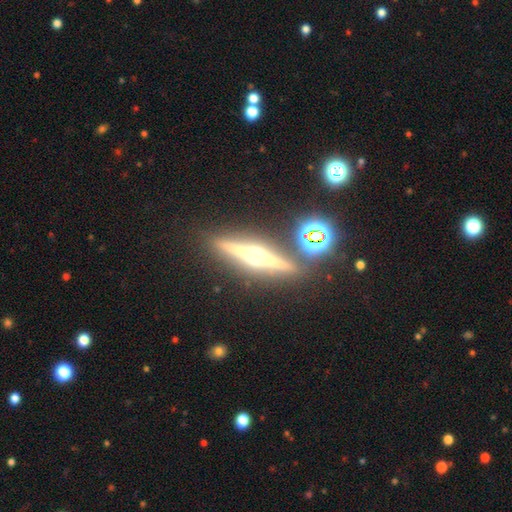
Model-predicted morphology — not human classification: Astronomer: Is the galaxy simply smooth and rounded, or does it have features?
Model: featured or disk — 82%.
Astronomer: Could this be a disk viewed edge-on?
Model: yes — 98%.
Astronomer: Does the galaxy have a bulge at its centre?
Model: rounded — 95%.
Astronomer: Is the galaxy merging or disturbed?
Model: none — 86%.